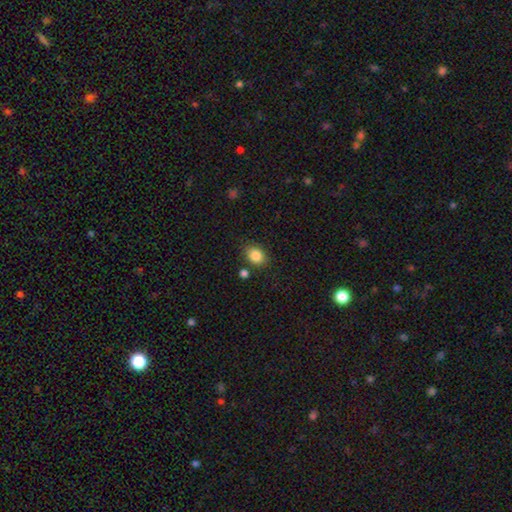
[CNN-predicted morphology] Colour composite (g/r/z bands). It shows a smooth galaxy with no disk features (85%) that is in between round and cigar-shaped (56%). Merging: none (78%).